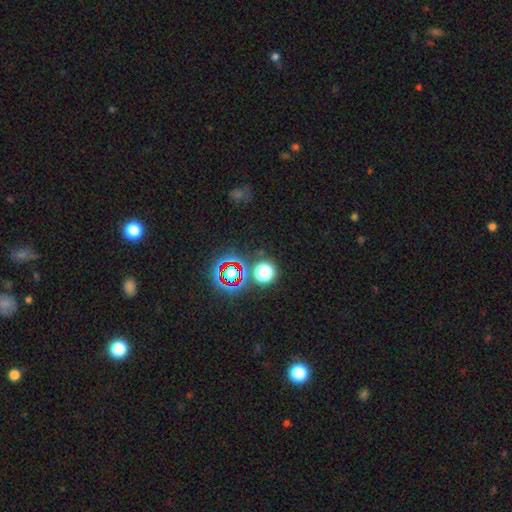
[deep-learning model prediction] Smooth or featured?
  - star or artifact: 75% *
  - smooth: 16%
  - featured or disk: 9%